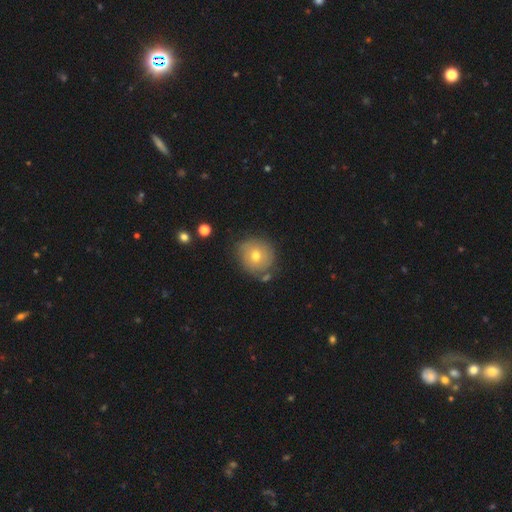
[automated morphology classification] A smooth galaxy with no disk features (64%) that is round (88%). Merging: none (73%).